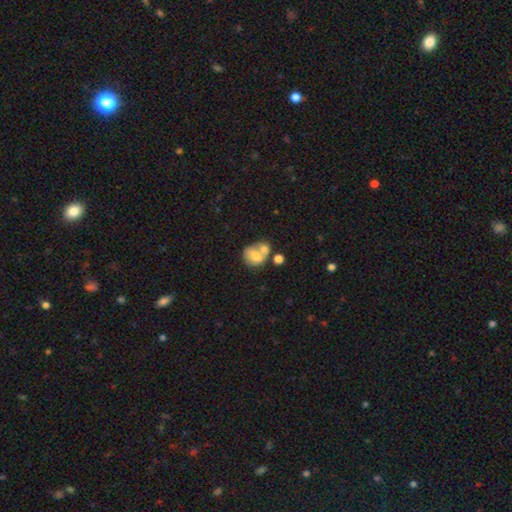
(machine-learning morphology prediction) type=smooth (68%); roundness=round (62%); merging=merger (50%).